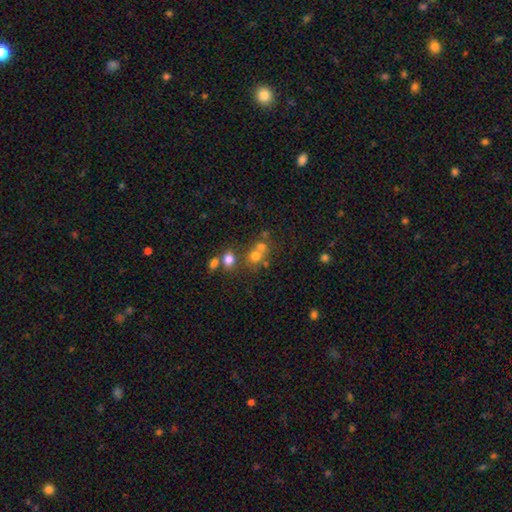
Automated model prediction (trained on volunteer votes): Smooth or featured? Predicted: smooth (p=0.66). How rounded? Predicted: round (p=0.77). Merging? Predicted: none (p=0.45).